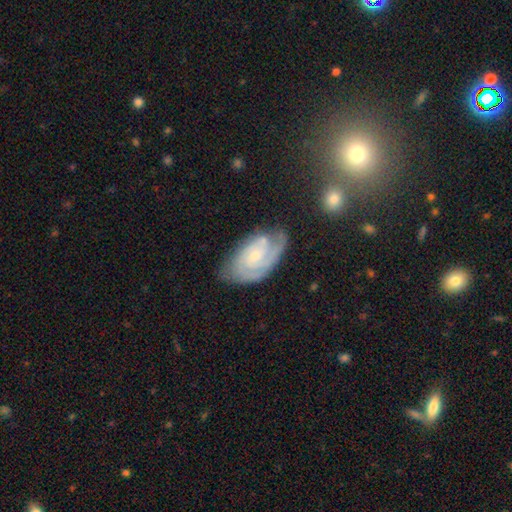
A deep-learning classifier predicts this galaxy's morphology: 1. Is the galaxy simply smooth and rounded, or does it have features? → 79% featured or disk, 15% smooth, 6% star or artifact.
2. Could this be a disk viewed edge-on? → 96% no, 4% yes.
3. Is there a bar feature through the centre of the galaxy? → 64% no, 30% weak, 5% strong.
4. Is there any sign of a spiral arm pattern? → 94% yes, 6% no.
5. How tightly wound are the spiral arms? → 63% tight, 30% medium, 7% loose.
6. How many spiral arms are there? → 45% 2, 26% can't tell, 13% 3, 11% 1, 3% 4, 3% more than 4.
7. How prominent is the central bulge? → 69% small, 25% moderate, 3% none, 1% large, 1% dominant.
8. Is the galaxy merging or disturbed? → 61% none, 25% minor disturbance, 10% major disturbance, 4% merger.